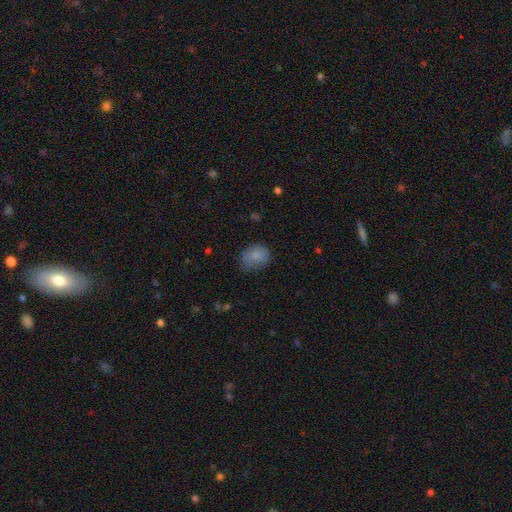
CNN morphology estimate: A smooth galaxy with no disk features (82%) that is in between round and cigar-shaped (60%).

Vote fractions:
- Smooth or featured? smooth: 82% / featured or disk: 10% / star or artifact: 9%
- How rounded? in between: 60% / round: 39% / cigar-shaped: 1%
- Merging? none: 61% / minor disturbance: 29% / major disturbance: 9% / merger: 1%